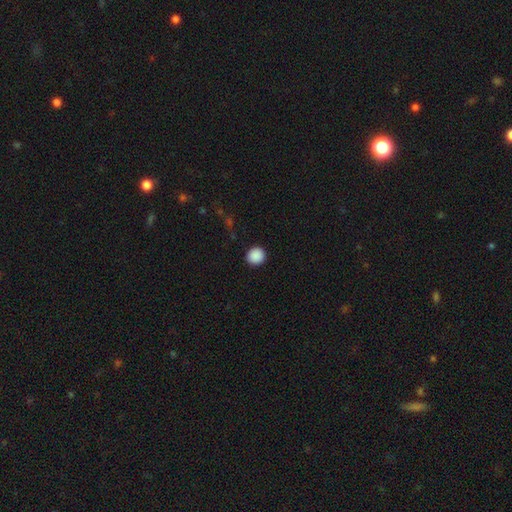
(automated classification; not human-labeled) smooth 89%, star or artifact 8%, featured or disk 2%. Down the decision tree: how rounded — round (91%); merging — none (92%).